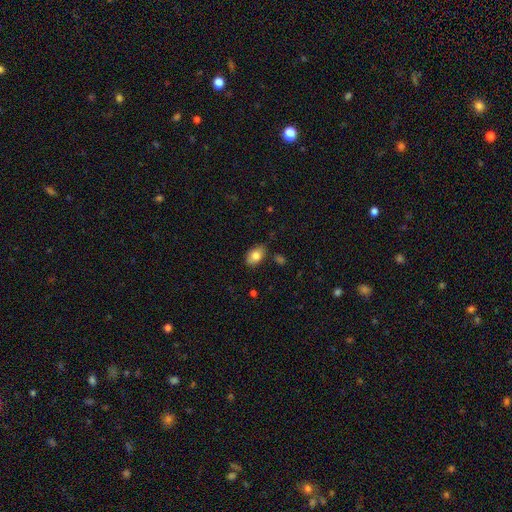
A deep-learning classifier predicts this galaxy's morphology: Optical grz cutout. It shows a smooth galaxy with no disk features (80%) that is in between round and cigar-shaped (86%). Merging: none (77%).